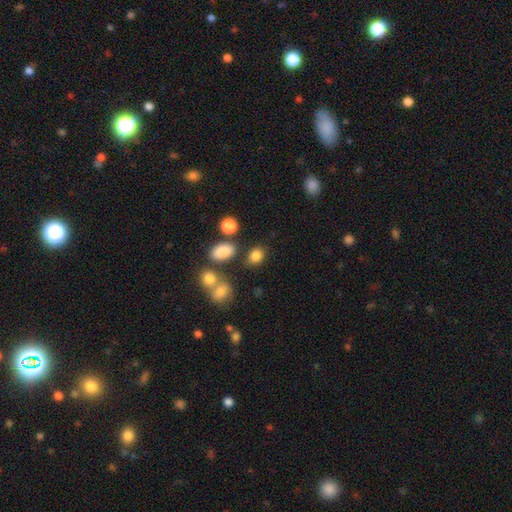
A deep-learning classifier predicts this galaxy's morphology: This is clearly a smooth galaxy (83%). How rounded: possibly in between (56%). Merging: likely none (72%).